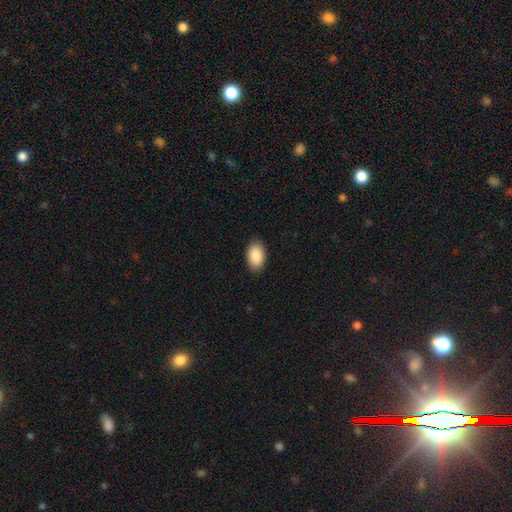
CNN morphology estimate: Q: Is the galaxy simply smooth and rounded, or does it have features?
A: smooth — 90%.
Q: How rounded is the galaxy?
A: in between — 93%.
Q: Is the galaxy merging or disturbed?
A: none — 87%.